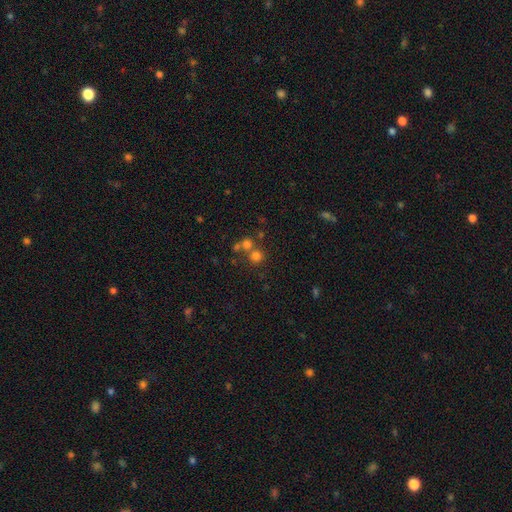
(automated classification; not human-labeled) Morphology: type=smooth (70%); roundness=round (90%); merging=none (58%).